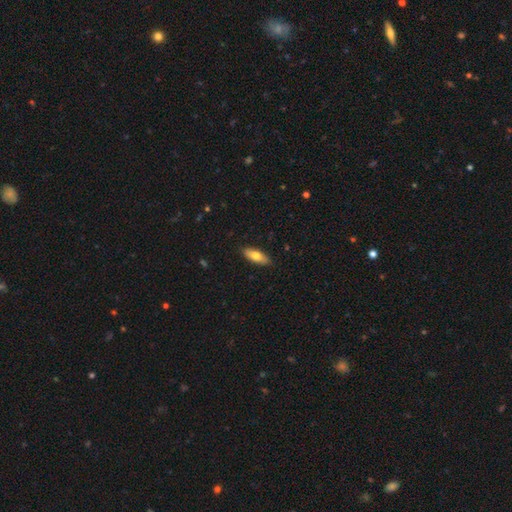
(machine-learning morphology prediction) Smooth or featured?
  - smooth: 72% *
  - featured or disk: 22%
  - star or artifact: 6%
How rounded?
  - in between: 73% *
  - cigar-shaped: 25%
  - round: 2%
Merging?
  - none: 88% *
  - minor disturbance: 10%
  - major disturbance: 2%
  - merger: 1%